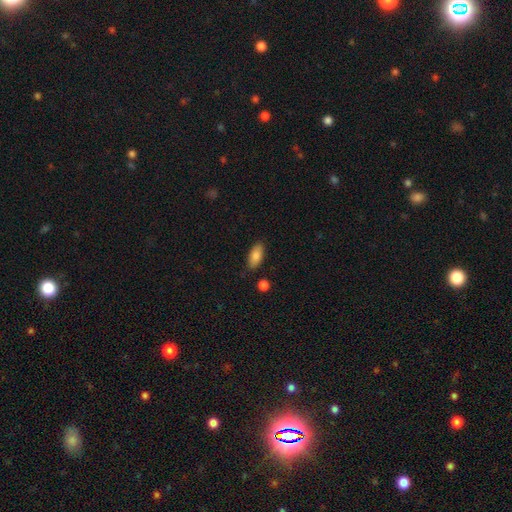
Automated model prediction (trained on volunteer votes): Smooth or featured? smooth (83%)
How rounded? in between (85%)
Merging? none (84%)